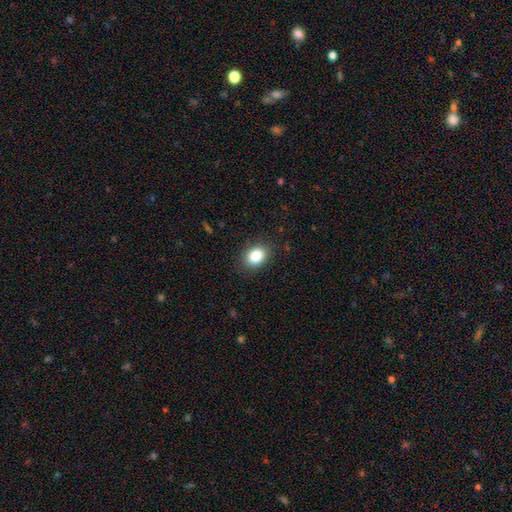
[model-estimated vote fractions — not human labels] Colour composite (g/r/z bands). It shows a smooth galaxy with no disk features (86%) that is in between round and cigar-shaped (67%). Merging: none (86%).